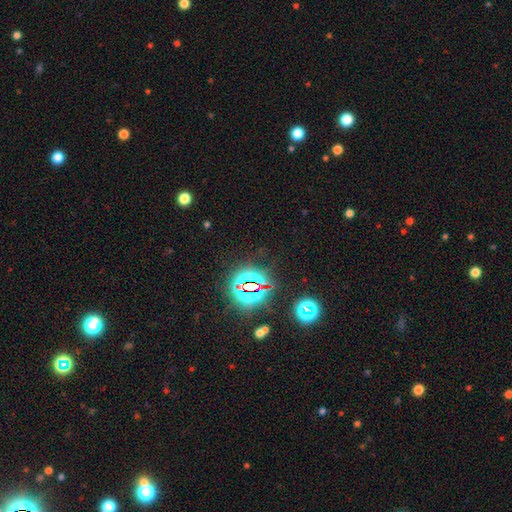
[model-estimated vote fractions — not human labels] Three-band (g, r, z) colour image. It shows a star or artifact, not a galaxy (83%).